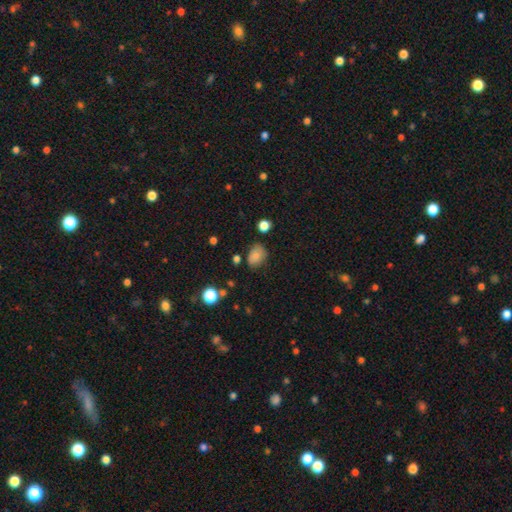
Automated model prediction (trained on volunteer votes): Overall: smooth (80%). How rounded: in between (70%). Merging: none (67%).